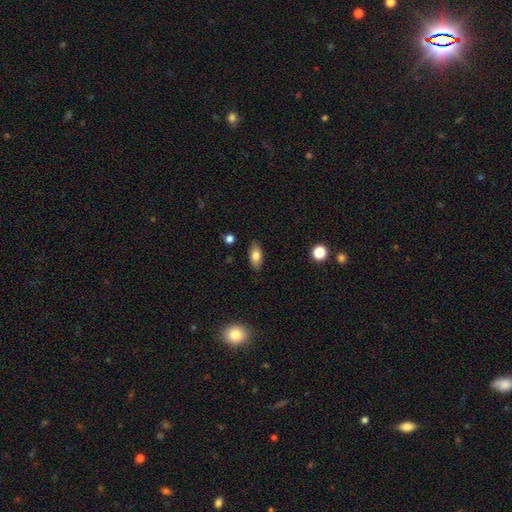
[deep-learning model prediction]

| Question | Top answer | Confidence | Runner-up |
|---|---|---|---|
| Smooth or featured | smooth | 79% | featured or disk (13%) |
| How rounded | in between | 86% | cigar-shaped (10%) |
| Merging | none | 85% | minor disturbance (11%) |